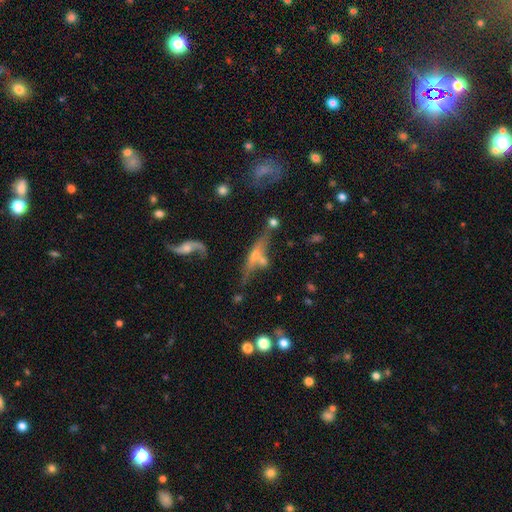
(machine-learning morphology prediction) This is likely a featured or disk galaxy (63%). It is likely viewed edge-on (75%). Merging: possibly none (47%).